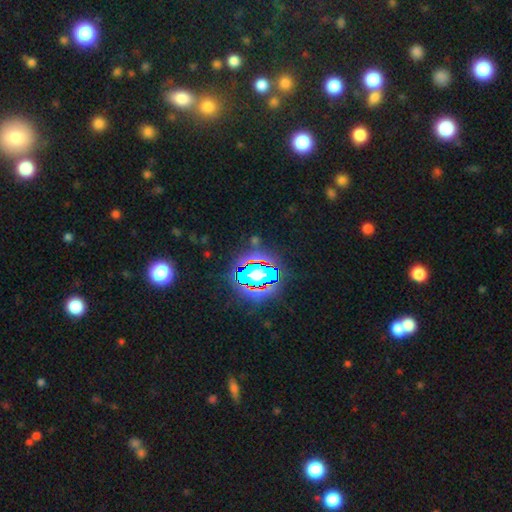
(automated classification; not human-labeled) star or artifact 78%, smooth 13%, featured or disk 8%.